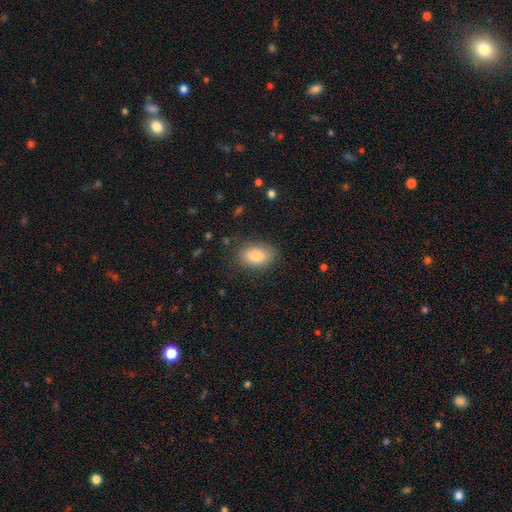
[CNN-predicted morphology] Overall: smooth (86%). How rounded: in between (90%). Merging: none (81%).